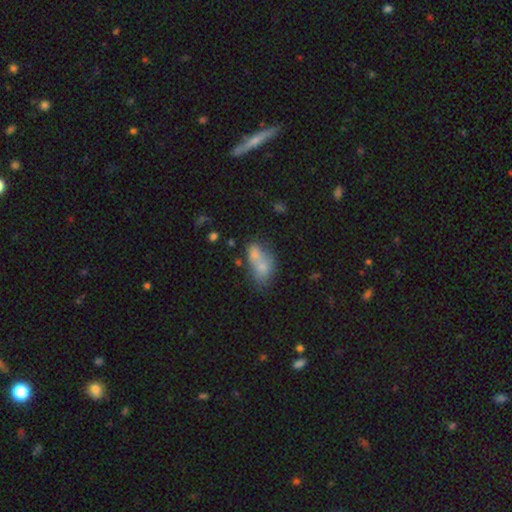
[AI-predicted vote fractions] The model was most divided on "merging": merger: 54%, none: 28%, minor disturbance: 11%, major disturbance: 7%. More confident: how rounded — in between (71%); smooth or featured — smooth (64%).